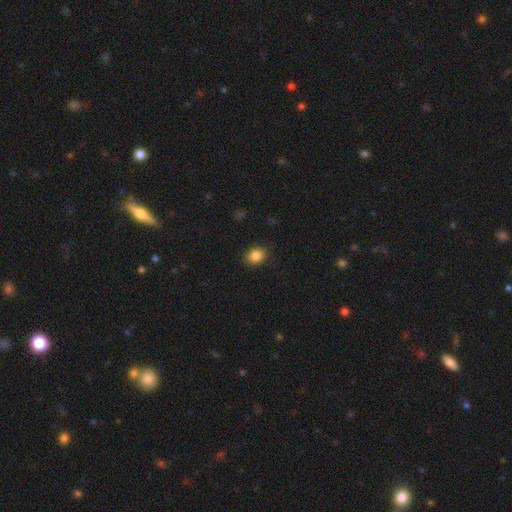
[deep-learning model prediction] smooth 85%, star or artifact 10%, featured or disk 5%. Down the decision tree: how rounded — in between (57%); merging — none (87%).